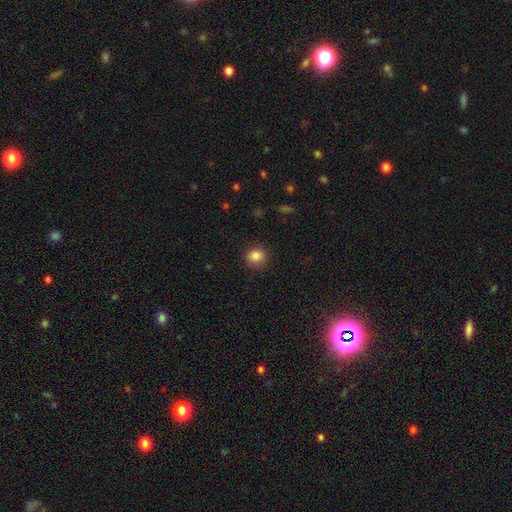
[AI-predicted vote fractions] Smooth or featured?
  - smooth: 84% *
  - star or artifact: 10%
  - featured or disk: 5%
How rounded?
  - round: 82% *
  - in between: 17%
  - cigar-shaped: 1%
Merging?
  - none: 87% *
  - minor disturbance: 9%
  - major disturbance: 3%
  - merger: 1%